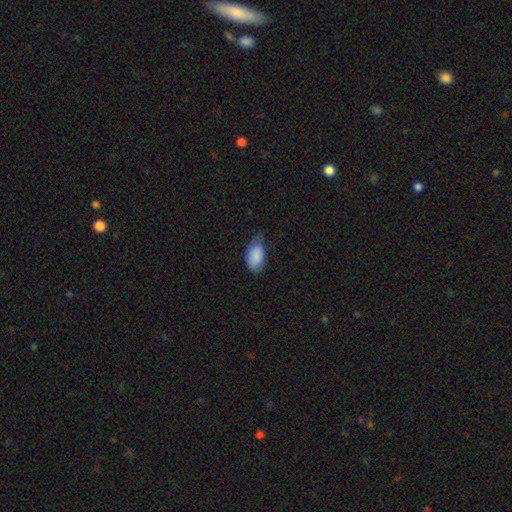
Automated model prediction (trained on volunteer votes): Smooth or featured? Predicted: smooth (p=0.86). How rounded? Predicted: in between (p=0.94). Merging? Predicted: minor disturbance (p=0.44).